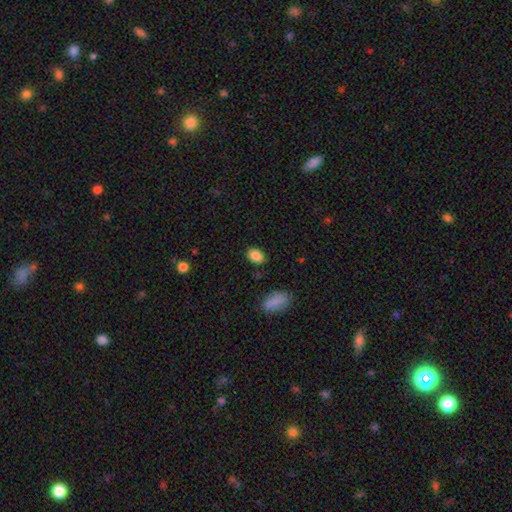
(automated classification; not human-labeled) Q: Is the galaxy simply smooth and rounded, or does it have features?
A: smooth — 87%.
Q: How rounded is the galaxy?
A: in between — 82%.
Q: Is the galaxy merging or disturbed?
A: none — 86%.